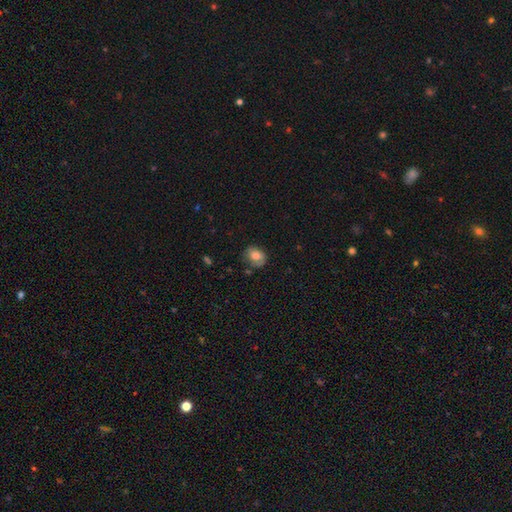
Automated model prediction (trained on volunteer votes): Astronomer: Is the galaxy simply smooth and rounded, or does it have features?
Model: smooth — 71%.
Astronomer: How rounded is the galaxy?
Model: round — 50% (runner-up: in between, 49%).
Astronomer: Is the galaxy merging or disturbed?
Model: none — 66%.